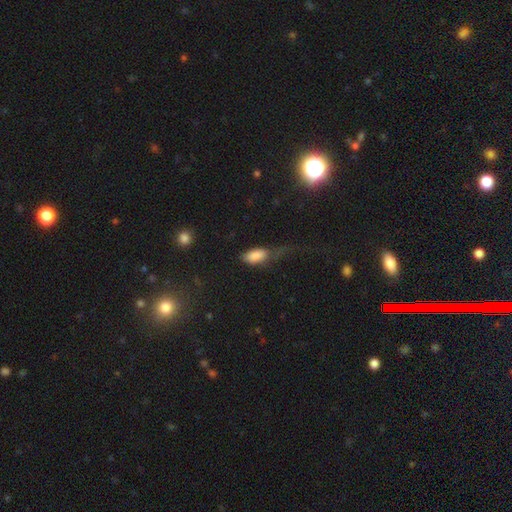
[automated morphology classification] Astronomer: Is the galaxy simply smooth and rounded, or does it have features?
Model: smooth — 84%.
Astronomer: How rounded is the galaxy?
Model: in between — 89%.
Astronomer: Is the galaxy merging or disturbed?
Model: major disturbance — 37% (runner-up: none, 31%).